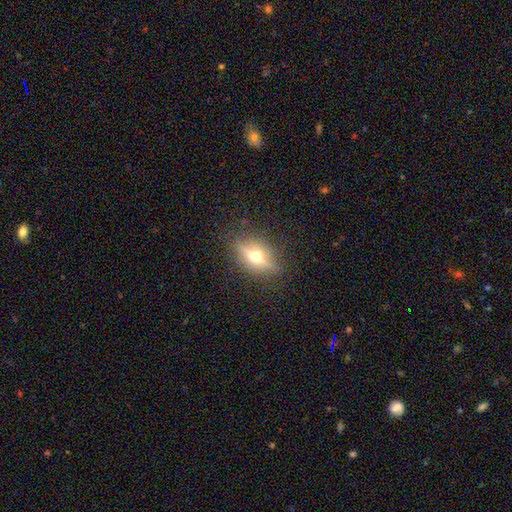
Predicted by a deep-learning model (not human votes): Morphology: type=featured or disk (60%); edge-on=yes (84%); edge-on bulge=rounded (95%); merging=none (85%).